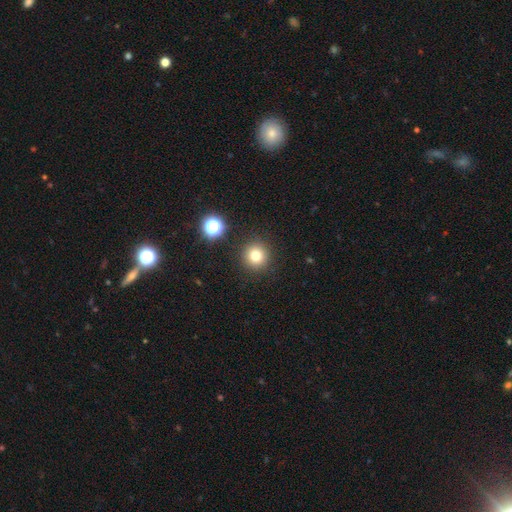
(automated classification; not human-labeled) Smooth or featured? smooth (78%)
How rounded? round (94%)
Merging? none (89%)